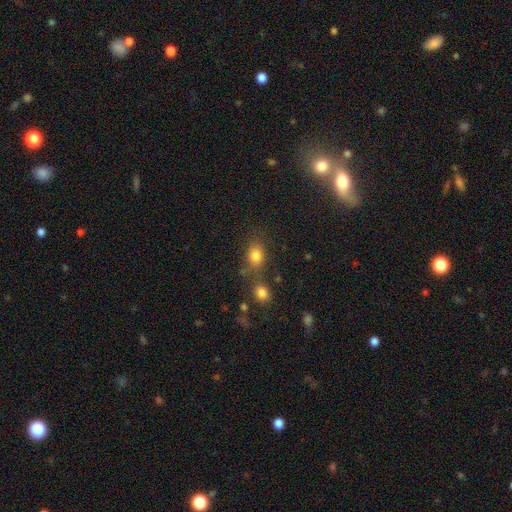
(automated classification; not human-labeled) A smooth galaxy with no disk features (80%) that is in between round and cigar-shaped (60%).

Vote fractions:
- Smooth or featured? smooth: 80% / star or artifact: 12% / featured or disk: 8%
- How rounded? in between: 60% / round: 38% / cigar-shaped: 2%
- Merging? none: 62% / merger: 18% / minor disturbance: 14% / major disturbance: 6%